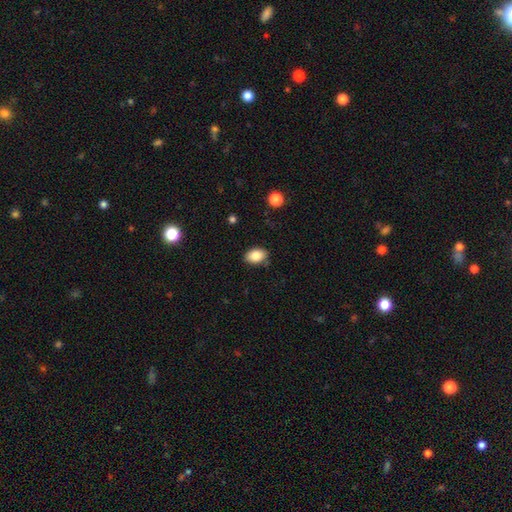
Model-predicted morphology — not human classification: A smooth galaxy with no disk features (84%) that is in between round and cigar-shaped (85%).

Vote fractions:
- Smooth or featured? smooth: 84% / star or artifact: 8% / featured or disk: 8%
- How rounded? in between: 85% / round: 14% / cigar-shaped: 1%
- Merging? none: 83% / minor disturbance: 13% / major disturbance: 2% / merger: 2%